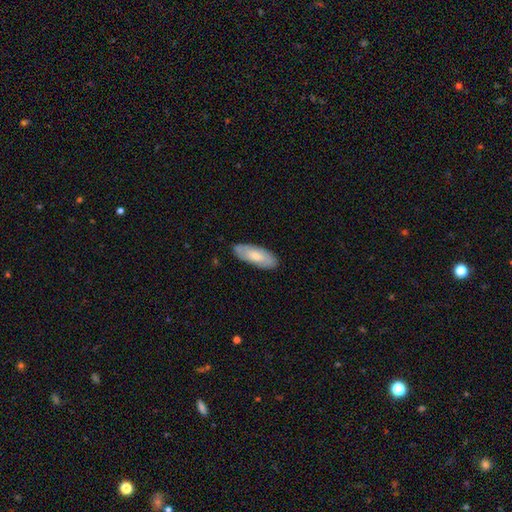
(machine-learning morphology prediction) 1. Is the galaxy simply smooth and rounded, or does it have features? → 64% smooth, 30% featured or disk, 6% star or artifact.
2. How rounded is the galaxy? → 75% in between, 23% cigar-shaped, 2% round.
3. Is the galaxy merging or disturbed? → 85% none, 12% minor disturbance, 2% major disturbance, 1% merger.